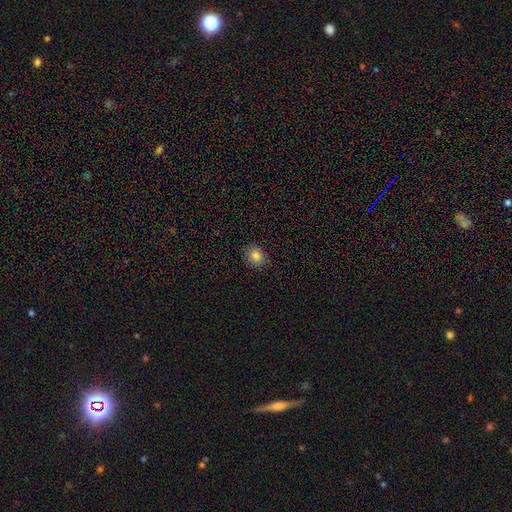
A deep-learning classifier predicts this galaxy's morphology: Smooth or featured: smooth — 83% (star or artifact — 12%)
How rounded: round — 69% (in between — 30%)
Merging: none — 88% (minor disturbance — 9%)